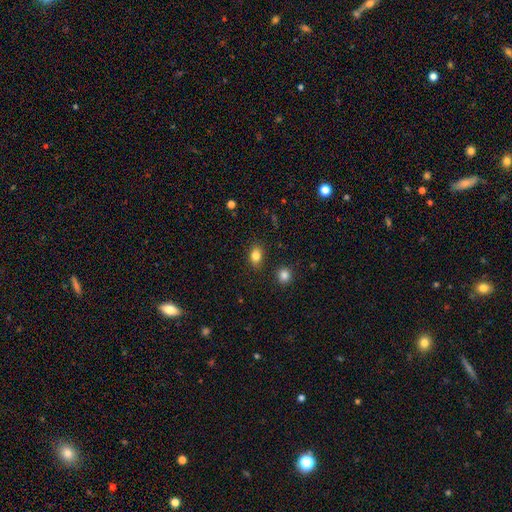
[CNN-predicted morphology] Smooth or featured?
  - smooth: 83% *
  - star or artifact: 10%
  - featured or disk: 6%
How rounded?
  - in between: 72% *
  - round: 26%
  - cigar-shaped: 2%
Merging?
  - none: 85% *
  - minor disturbance: 10%
  - merger: 3%
  - major disturbance: 3%